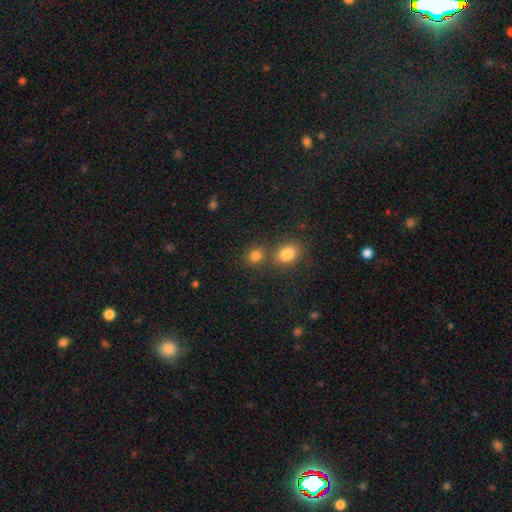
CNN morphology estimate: A smooth galaxy with no disk features (80%) that is round (66%). Merging: none (59%).